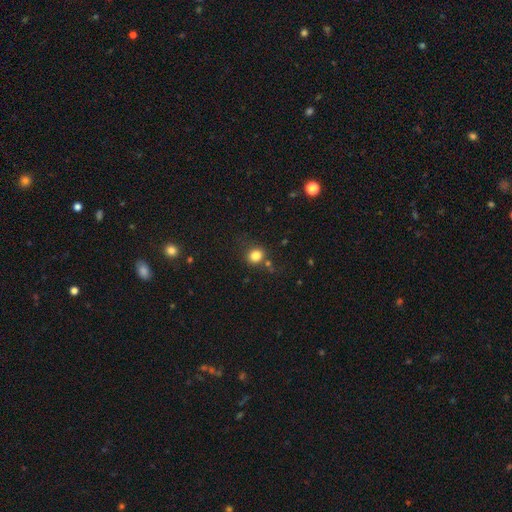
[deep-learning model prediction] Q: Smooth or featured?
A: smooth (82%); runner-up: star or artifact (12%)
Q: How rounded?
A: round (73%); runner-up: in between (27%)
Q: Merging?
A: none (75%); runner-up: minor disturbance (13%)